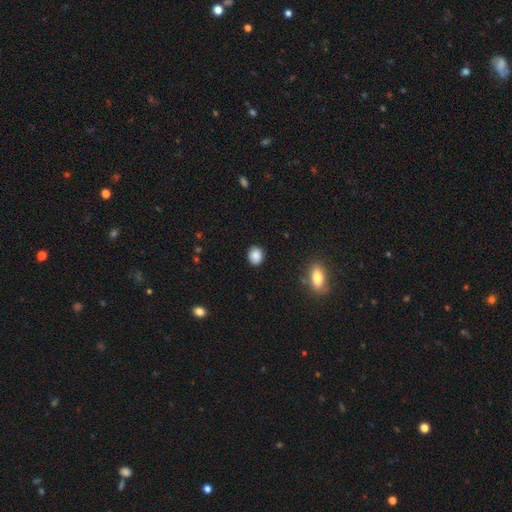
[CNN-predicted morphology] This appears to be a smooth galaxy with no disk features (88%) that is round (72%). Merging: none (89%).